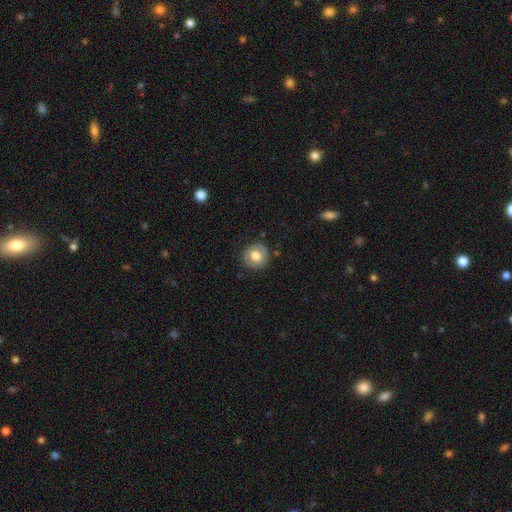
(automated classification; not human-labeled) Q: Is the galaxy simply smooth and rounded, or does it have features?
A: smooth — 73%.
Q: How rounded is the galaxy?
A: round — 92%.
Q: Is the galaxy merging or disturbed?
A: none — 86%.